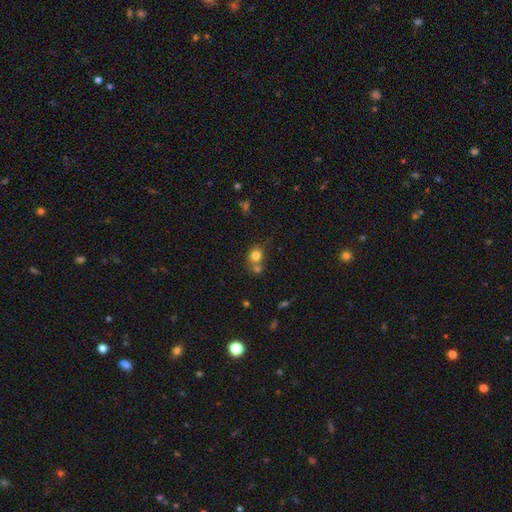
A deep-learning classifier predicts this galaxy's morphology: Overall: smooth (79%). How rounded: round (73%). Merging: none (49%; merger 37%).